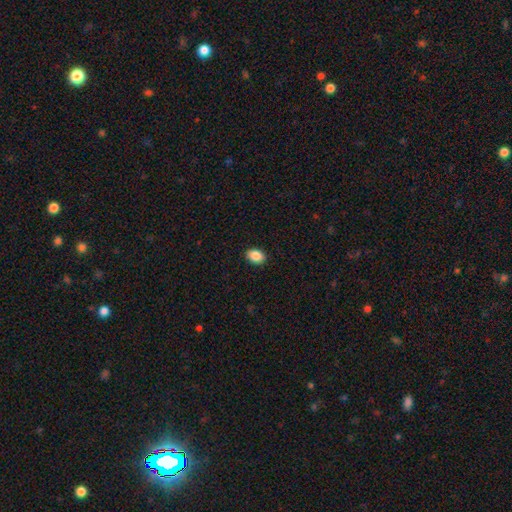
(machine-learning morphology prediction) Q: Smooth or featured?
A: smooth (88%); runner-up: star or artifact (8%)
Q: How rounded?
A: in between (77%); runner-up: round (22%)
Q: Merging?
A: none (90%); runner-up: minor disturbance (7%)